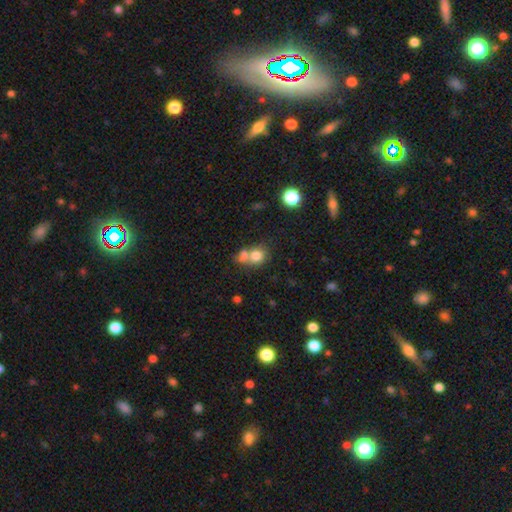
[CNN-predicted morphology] Smooth or featured?
  - smooth: 78% *
  - featured or disk: 12%
  - star or artifact: 11%
How rounded?
  - round: 73% *
  - in between: 26%
  - cigar-shaped: 1%
Merging?
  - merger: 55% *
  - none: 34%
  - minor disturbance: 8%
  - major disturbance: 4%